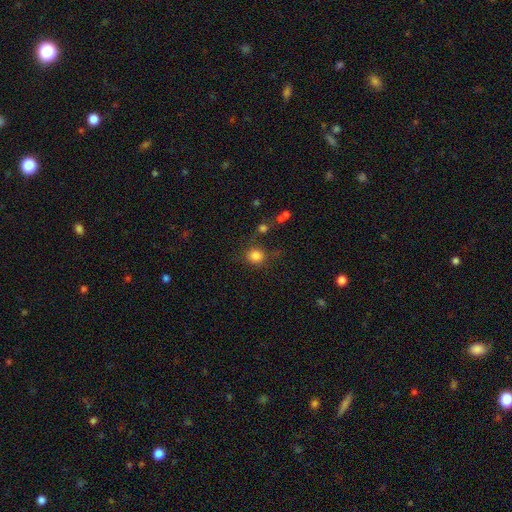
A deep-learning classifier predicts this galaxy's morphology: Q: Smooth or featured?
A: smooth (83%); runner-up: star or artifact (12%)
Q: How rounded?
A: round (87%); runner-up: in between (12%)
Q: Merging?
A: none (76%); runner-up: minor disturbance (12%)